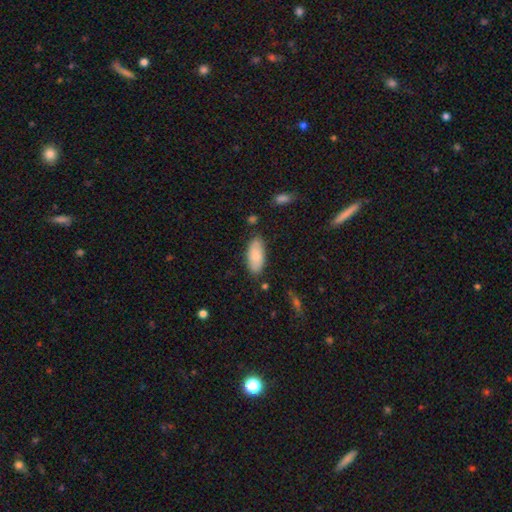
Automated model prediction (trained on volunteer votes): Overall: smooth (80%). How rounded: in between (89%). Merging: none (82%).